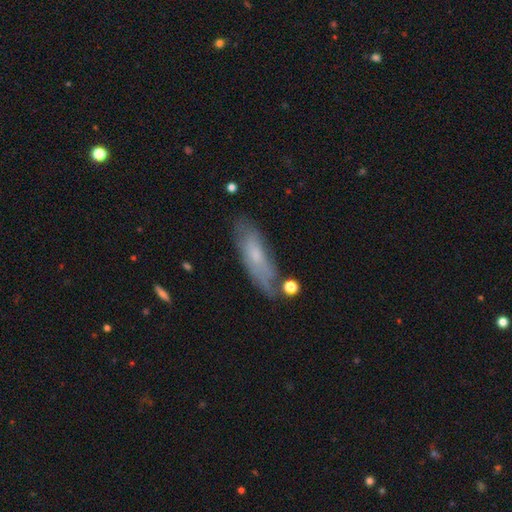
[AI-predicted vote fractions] Q: Smooth or featured?
A: smooth (57%); runner-up: featured or disk (36%)
Q: How rounded?
A: in between (53%); runner-up: cigar-shaped (45%)
Q: Merging?
A: none (66%); runner-up: minor disturbance (23%)